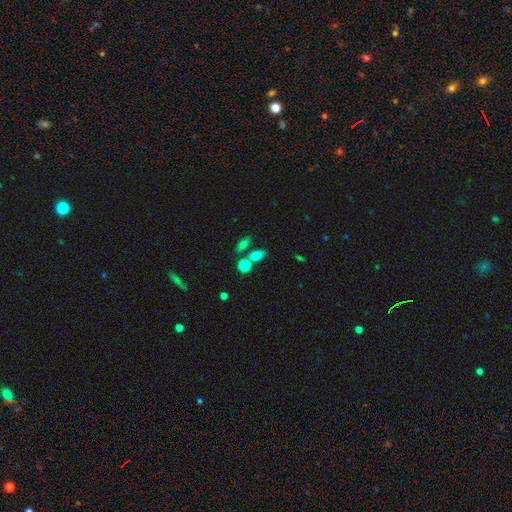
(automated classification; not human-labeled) smooth_or_featured: smooth (p=0.74) [alt: star or artifact p=0.13]
how_rounded: in between (p=0.72) [alt: round p=0.23]
merging: none (p=0.56) [alt: merger p=0.27]